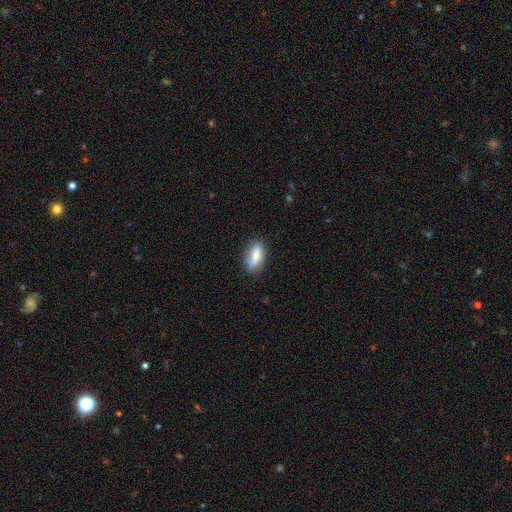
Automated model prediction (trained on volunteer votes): Smooth or featured?
  - smooth: 76% *
  - featured or disk: 17%
  - star or artifact: 7%
How rounded?
  - in between: 72% *
  - cigar-shaped: 25%
  - round: 3%
Merging?
  - none: 81% *
  - minor disturbance: 14%
  - major disturbance: 3%
  - merger: 1%